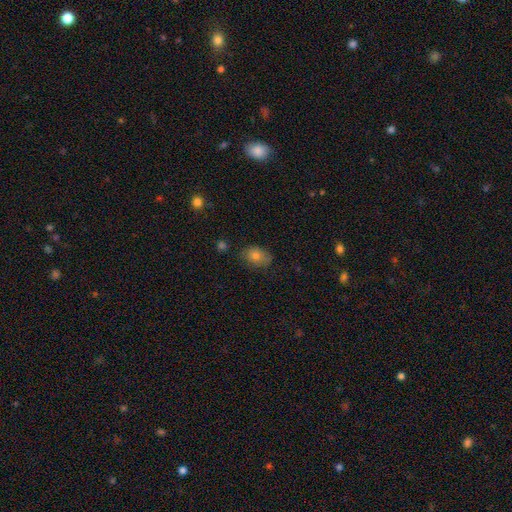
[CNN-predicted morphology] Smooth or featured? smooth (74%)
How rounded? in between (76%)
Merging? none (75%)